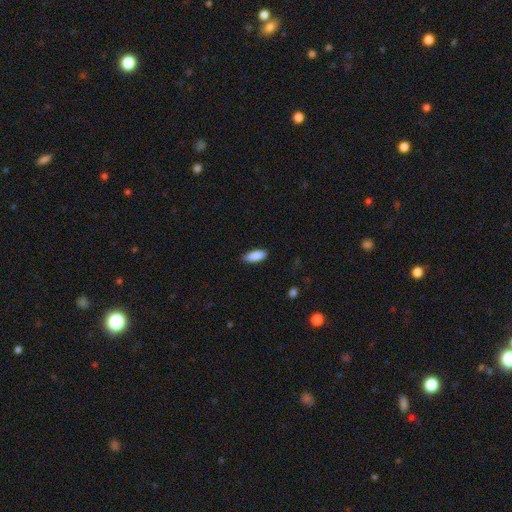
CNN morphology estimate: smooth 89%, star or artifact 6%, featured or disk 5%. Down the decision tree: how rounded — in between (72%); merging — none (83%).